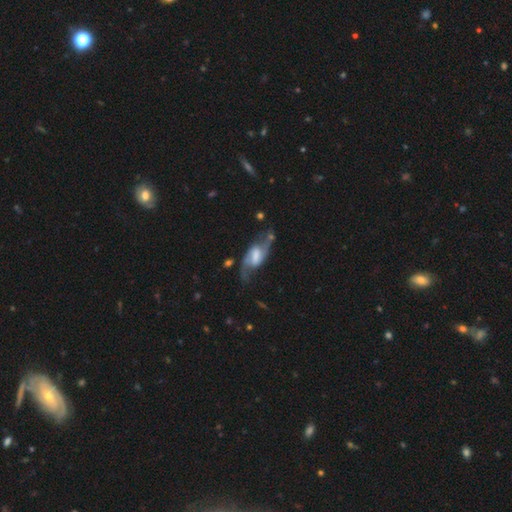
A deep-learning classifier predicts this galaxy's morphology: The model was most divided on "bulge size" (2-way tie): none: 26%, large: 26%, moderate: 25%, small: 19%, dominant: 3%. Remaining: spiral arms — yes (94%); edge-on disk — no (93%); spiral arm count — 2 (91%); smooth or featured — featured or disk (82%); merging — none (65%); spiral winding — loose (55%); bar — weak (43%).